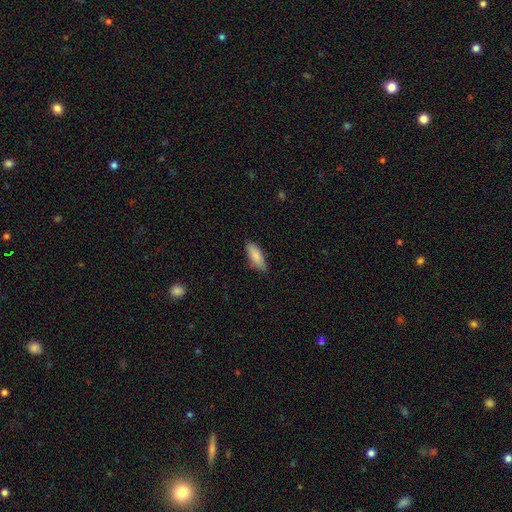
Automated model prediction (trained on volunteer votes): A smooth galaxy with no disk features (84%) that is in between round and cigar-shaped (68%).

Vote fractions:
- Smooth or featured? smooth: 84% / featured or disk: 10% / star or artifact: 6%
- How rounded? in between: 68% / cigar-shaped: 30% / round: 2%
- Merging? none: 84% / minor disturbance: 13% / major disturbance: 2% / merger: 1%